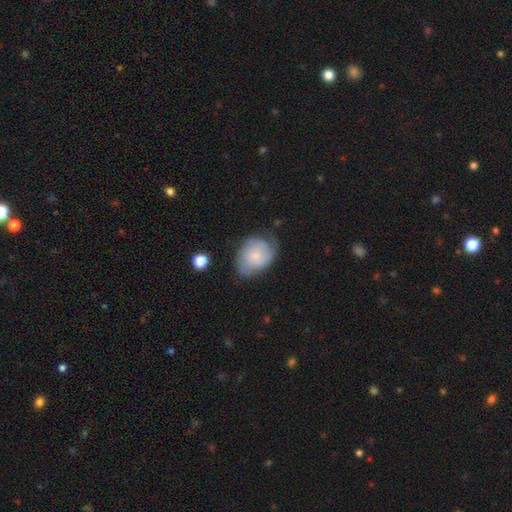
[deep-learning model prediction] Smooth or featured?
  - smooth: 49% *
  - featured or disk: 43%
  - star or artifact: 7%
Merging?
  - none: 52% *
  - minor disturbance: 33%
  - major disturbance: 13%
  - merger: 2%